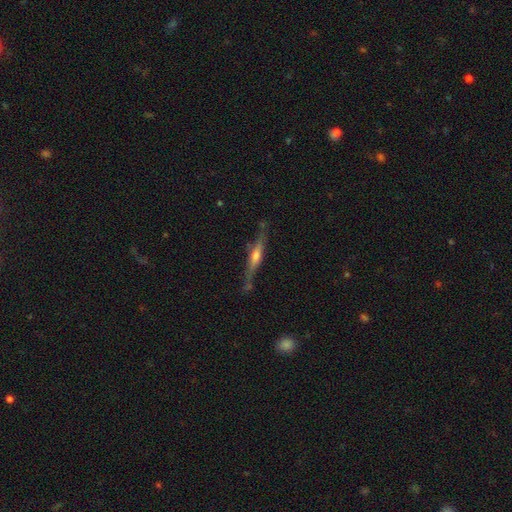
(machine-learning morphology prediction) Overall: featured or disk (71%). Edge-on disk: yes (95%). Edge-on bulge: rounded (77%). Merging: none (75%).